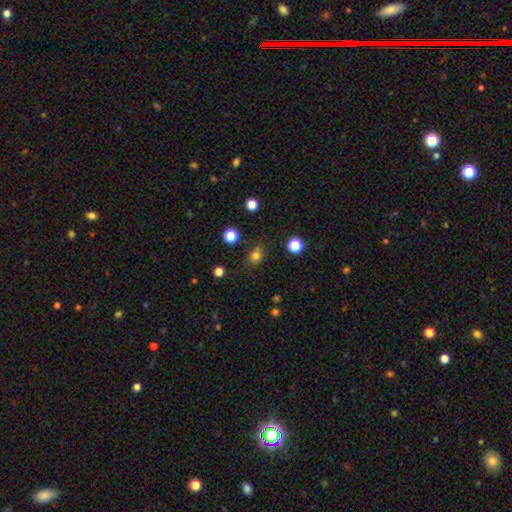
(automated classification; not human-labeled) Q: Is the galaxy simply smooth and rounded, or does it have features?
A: smooth — 78%.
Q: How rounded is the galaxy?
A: round — 52%.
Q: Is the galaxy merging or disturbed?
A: none — 74%.